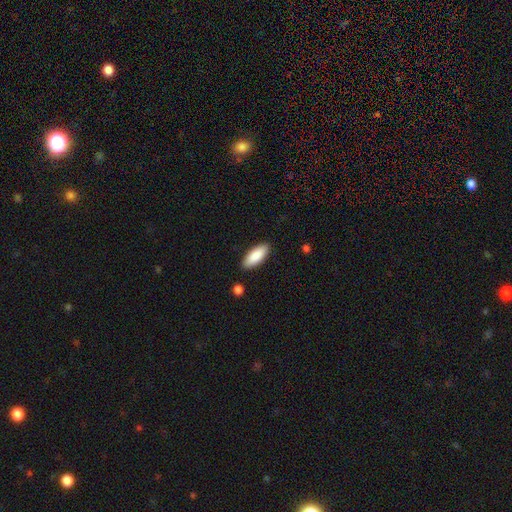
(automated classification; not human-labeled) Smooth or featured? smooth (87%)
How rounded? in between (78%)
Merging? none (88%)